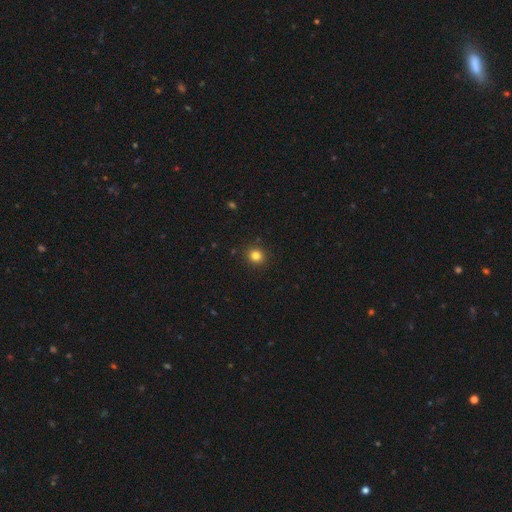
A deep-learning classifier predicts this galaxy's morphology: smooth_or_featured: smooth (p=0.82) [alt: star or artifact p=0.13]
how_rounded: round (p=0.85) [alt: in between p=0.14]
merging: none (p=0.91) [alt: minor disturbance p=0.06]